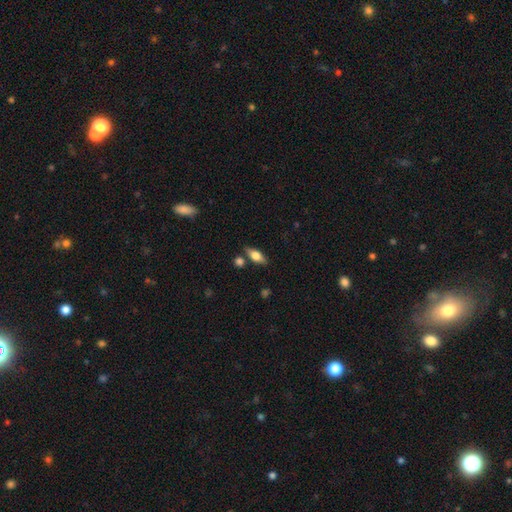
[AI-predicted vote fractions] Smooth or featured? Predicted: smooth (p=0.68). How rounded? Predicted: in between (p=0.79). Merging? Predicted: none (p=0.77).